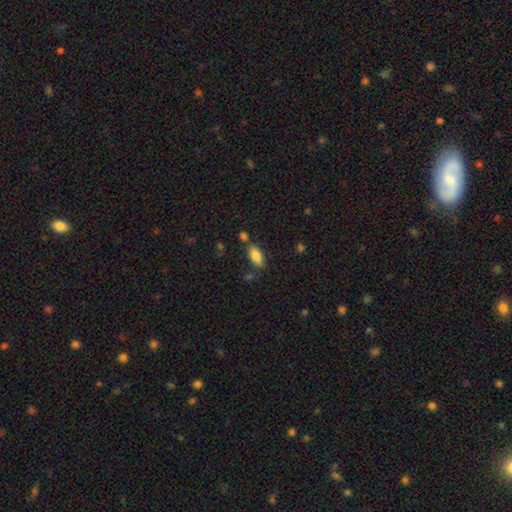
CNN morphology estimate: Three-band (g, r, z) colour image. It shows a smooth galaxy with no disk features (84%) that is in between round and cigar-shaped (91%). Merging: none (71%).